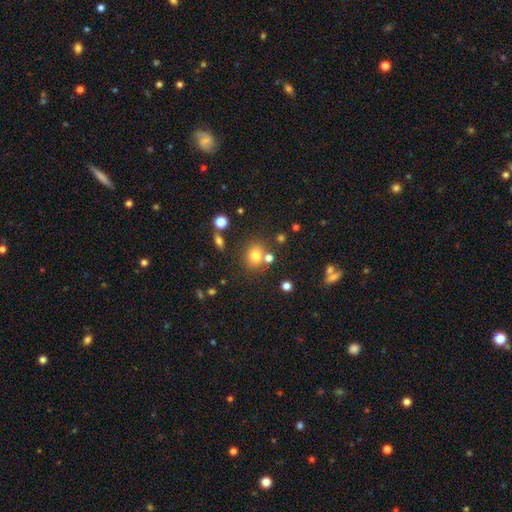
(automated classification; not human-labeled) Smooth or featured? smooth (75%)
How rounded? round (68%)
Merging? none (69%)